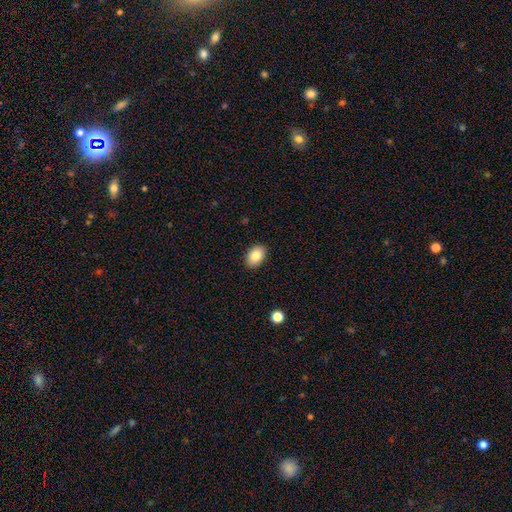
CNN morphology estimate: type=smooth (85%); roundness=in between (84%); merging=none (90%).